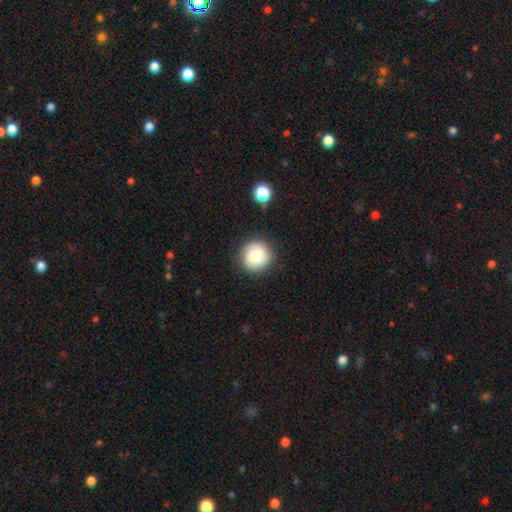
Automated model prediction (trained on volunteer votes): Smooth or featured: smooth — 71% (featured or disk — 21%)
How rounded: round — 92% (in between — 7%)
Merging: none — 83% (minor disturbance — 12%)